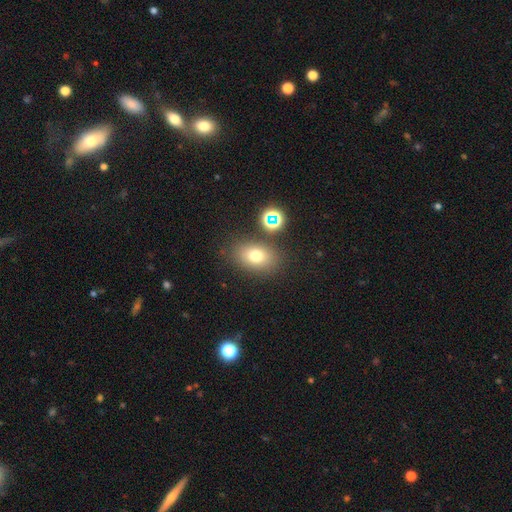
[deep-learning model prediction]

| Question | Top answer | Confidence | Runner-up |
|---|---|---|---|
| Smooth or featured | smooth | 73% | star or artifact (15%) |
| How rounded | in between | 75% | round (24%) |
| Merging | none | 79% | minor disturbance (11%) |